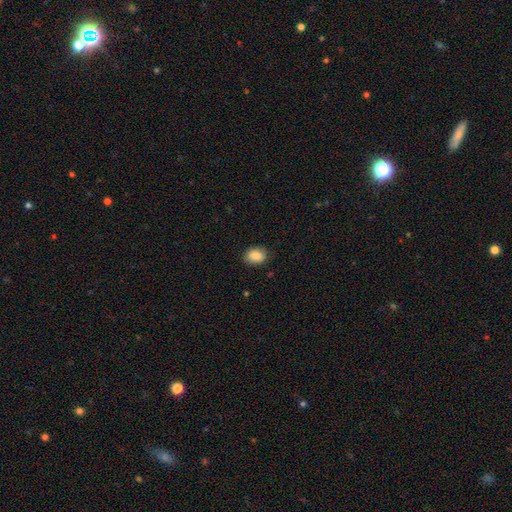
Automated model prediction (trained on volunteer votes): Morphology: type=smooth (87%); roundness=in between (69%); merging=none (83%).